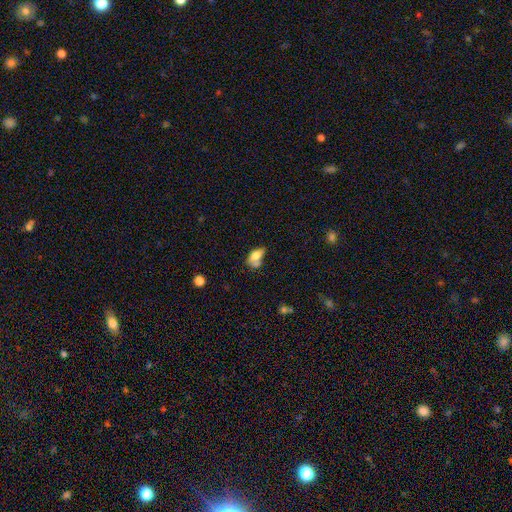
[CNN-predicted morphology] The model was most divided on "merging": merger: 31%, none: 30%, minor disturbance: 25%, major disturbance: 14%. More confident: how rounded — in between (87%); smooth or featured — smooth (75%).